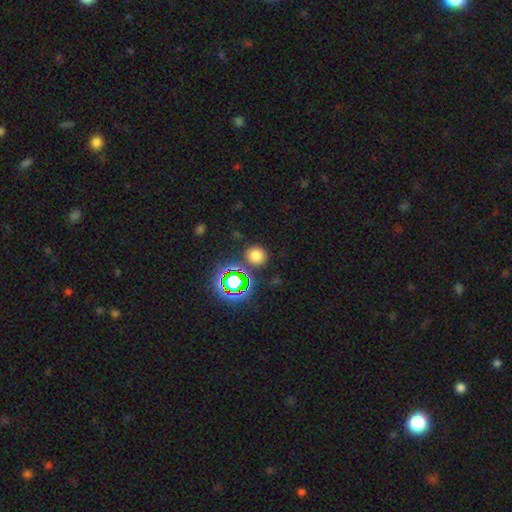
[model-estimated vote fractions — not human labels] Q: Smooth or featured?
A: smooth (69%); runner-up: star or artifact (25%)
Q: How rounded?
A: round (84%); runner-up: in between (15%)
Q: Merging?
A: none (84%); runner-up: minor disturbance (8%)